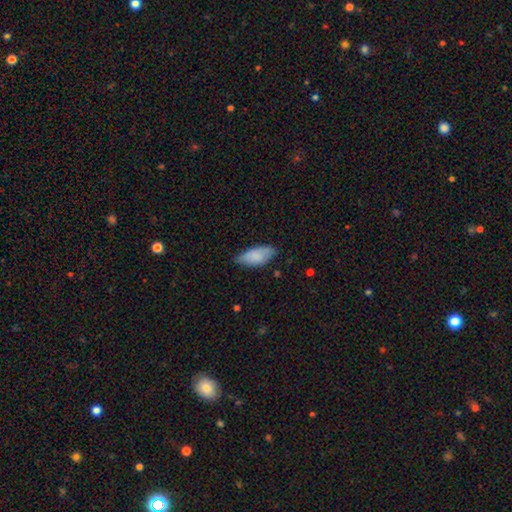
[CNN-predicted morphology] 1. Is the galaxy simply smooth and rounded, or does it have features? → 82% smooth, 12% featured or disk, 6% star or artifact.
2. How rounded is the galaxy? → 89% in between, 9% cigar-shaped, 2% round.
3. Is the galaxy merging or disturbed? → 63% none, 30% minor disturbance, 5% major disturbance, 2% merger.